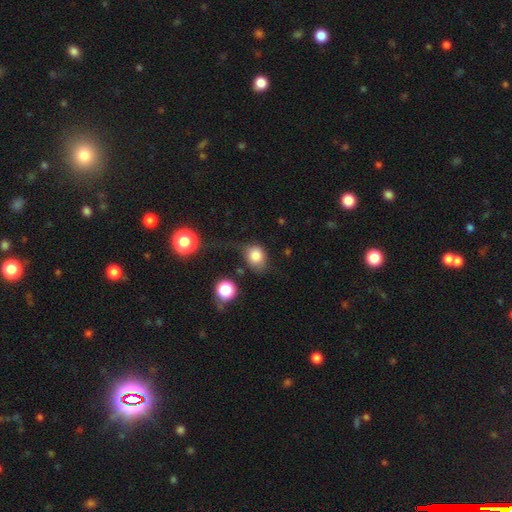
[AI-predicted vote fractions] Overall: smooth (80%). How rounded: round (52%; in between 47%). Merging: none (46%; minor disturbance 30%).